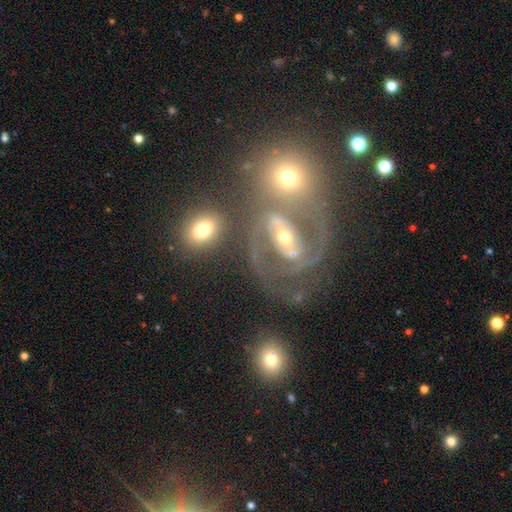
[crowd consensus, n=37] Q: Smooth or featured?
A: featured or disk (84%); runner-up: smooth (14%)
Q: Edge-on disk?
A: no (87%); runner-up: yes (13%)
Q: Bar?
A: strong (41%); runner-up: weak (33%)
Q: Spiral arms?
A: yes (81%); runner-up: no (19%)
Q: Spiral winding?
A: medium (68%); runner-up: loose (18%)
Q: Spiral arm count?
A: 2 (91%); runner-up: can't tell (9%)
Q: Bulge size?
A: moderate (56%); runner-up: small (41%)
Q: Merging?
A: major disturbance (33%); runner-up: none (25%)